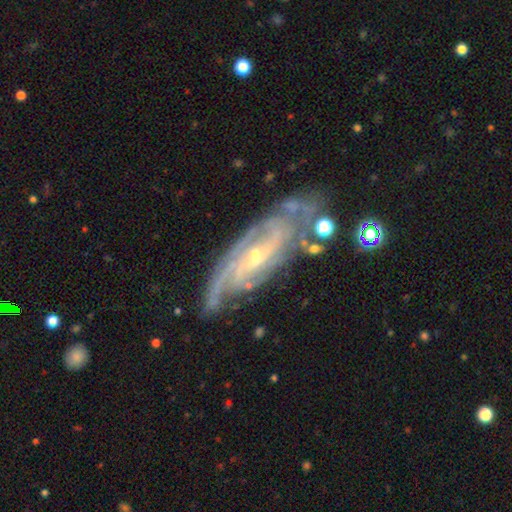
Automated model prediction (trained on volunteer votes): Q: Smooth or featured?
A: featured or disk (87%); runner-up: star or artifact (6%)
Q: Edge-on disk?
A: no (87%); runner-up: yes (13%)
Q: Bar?
A: no (44%); runner-up: weak (37%)
Q: Spiral arms?
A: yes (96%); runner-up: no (4%)
Q: Spiral winding?
A: tight (57%); runner-up: medium (34%)
Q: Spiral arm count?
A: can't tell (29%); runner-up: 2 (26%)
Q: Bulge size?
A: small (71%); runner-up: moderate (25%)
Q: Merging?
A: none (68%); runner-up: minor disturbance (21%)